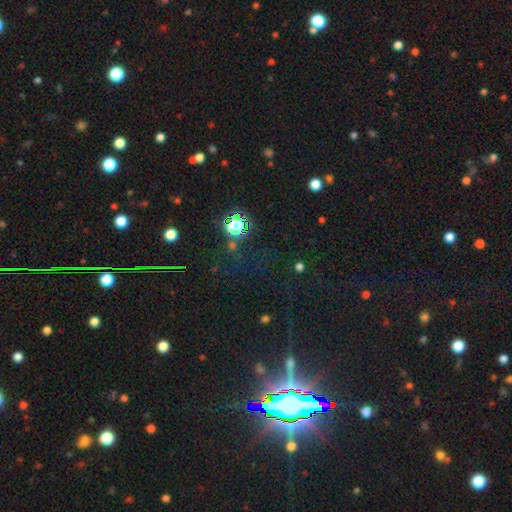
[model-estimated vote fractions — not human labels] Morphology: type=star or artifact (82%).